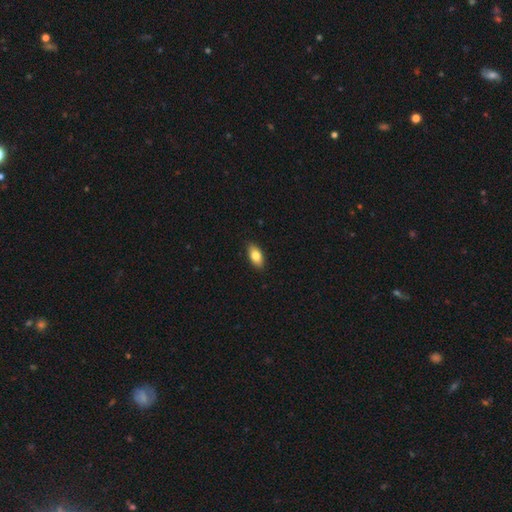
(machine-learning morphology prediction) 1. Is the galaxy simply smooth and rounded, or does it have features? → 79% smooth, 14% featured or disk, 7% star or artifact.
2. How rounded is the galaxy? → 89% in between, 8% cigar-shaped, 4% round.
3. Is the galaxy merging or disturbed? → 88% none, 9% minor disturbance, 2% major disturbance, 1% merger.